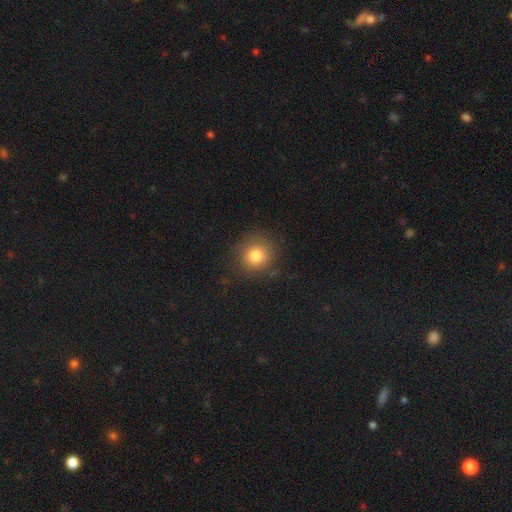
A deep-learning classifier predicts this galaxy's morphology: Overall: smooth (80%). How rounded: round (89%). Merging: none (83%).